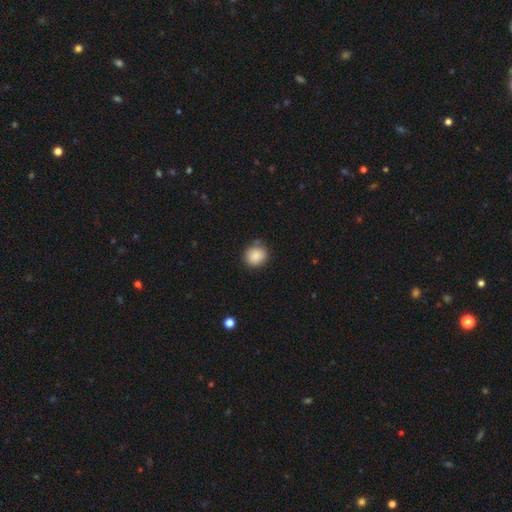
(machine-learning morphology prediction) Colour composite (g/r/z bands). It shows a smooth galaxy with no disk features (88%) that is round (80%). Merging: none (81%).